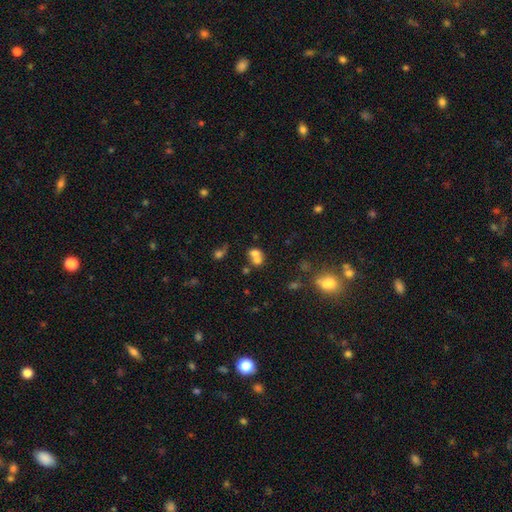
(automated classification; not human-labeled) This is likely a smooth galaxy (66%). How rounded: likely round (60%). Merging: likely merger (62%).